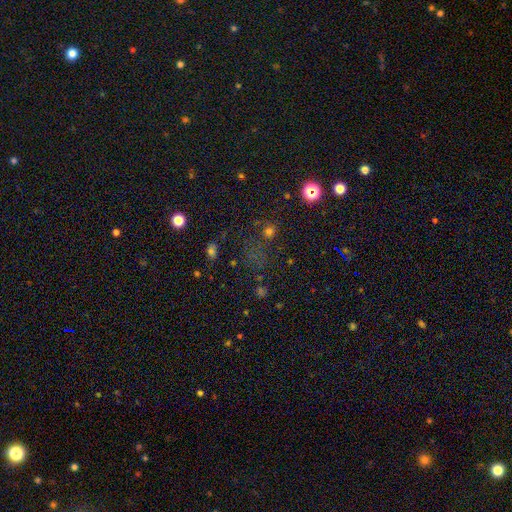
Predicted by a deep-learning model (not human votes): Smooth or featured? star or artifact (52%)